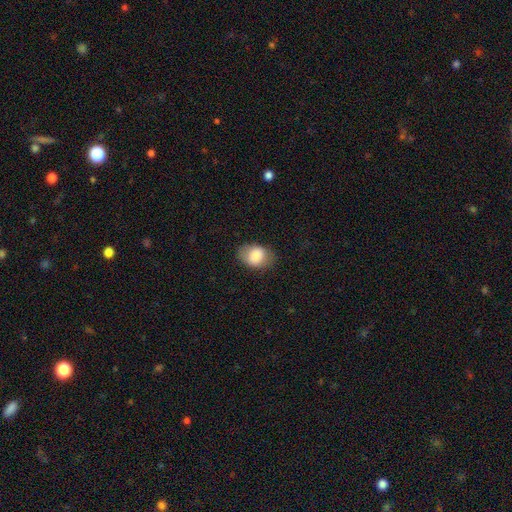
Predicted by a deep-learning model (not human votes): A smooth galaxy with no disk features (81%) that is in between round and cigar-shaped (74%). Merging: none (74%).